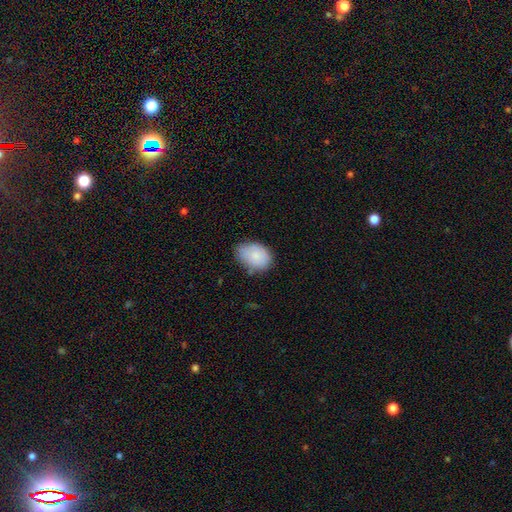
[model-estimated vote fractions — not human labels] Smooth or featured?
  - smooth: 82% *
  - featured or disk: 11%
  - star or artifact: 7%
How rounded?
  - in between: 78% *
  - round: 21%
  - cigar-shaped: 1%
Merging?
  - none: 63% *
  - minor disturbance: 28%
  - major disturbance: 6%
  - merger: 3%